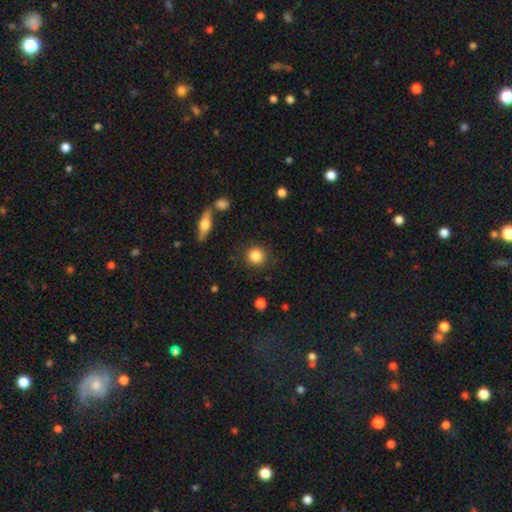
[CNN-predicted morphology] type=smooth (85%); roundness=round (91%); merging=none (88%).